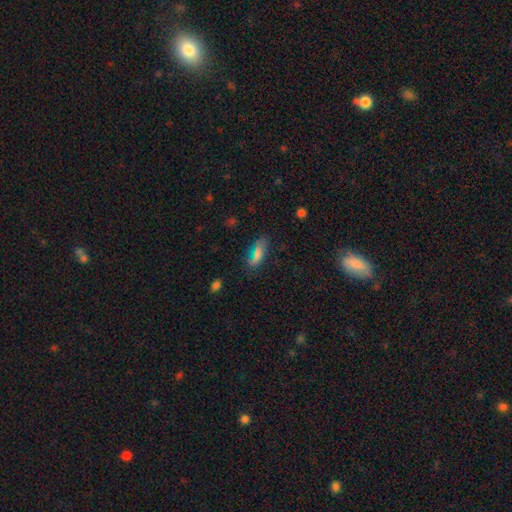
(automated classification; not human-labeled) smooth_or_featured: smooth (p=0.70) [alt: featured or disk p=0.18]
how_rounded: in between (p=0.70) [alt: cigar-shaped p=0.27]
merging: none (p=0.65) [alt: minor disturbance p=0.24]